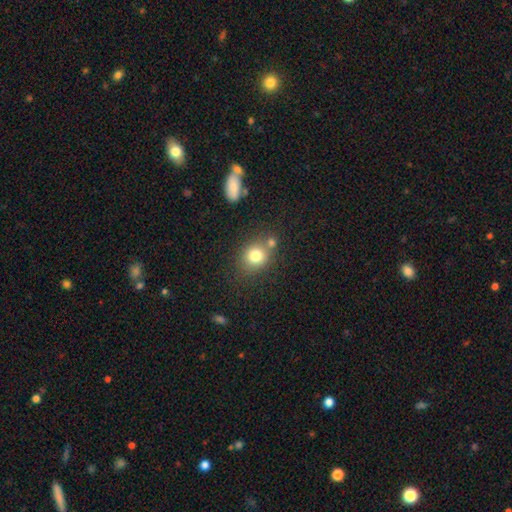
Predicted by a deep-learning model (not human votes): smooth_or_featured: smooth (p=0.78) [alt: star or artifact p=0.12]
how_rounded: round (p=0.72) [alt: in between p=0.28]
merging: none (p=0.63) [alt: merger p=0.20]